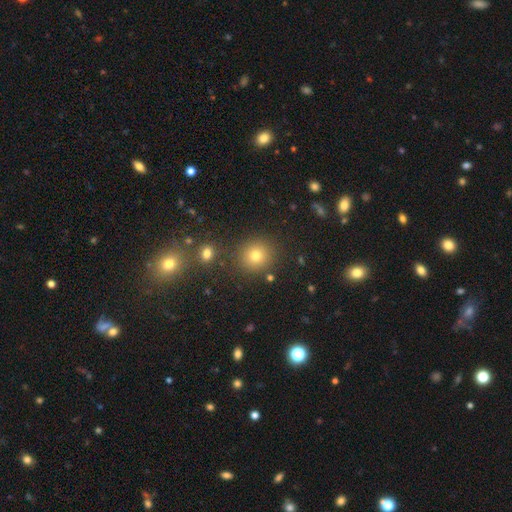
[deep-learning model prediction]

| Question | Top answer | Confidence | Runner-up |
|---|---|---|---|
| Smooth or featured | smooth | 74% | star or artifact (18%) |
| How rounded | round | 90% | in between (9%) |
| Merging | none | 87% | minor disturbance (6%) |